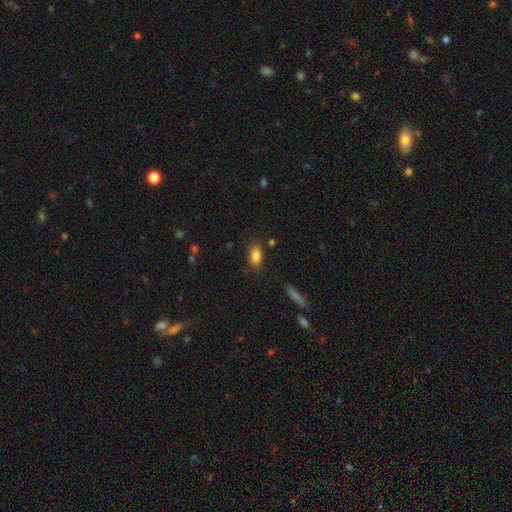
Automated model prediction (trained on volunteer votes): Smooth or featured? smooth (84%)
How rounded? in between (86%)
Merging? none (81%)